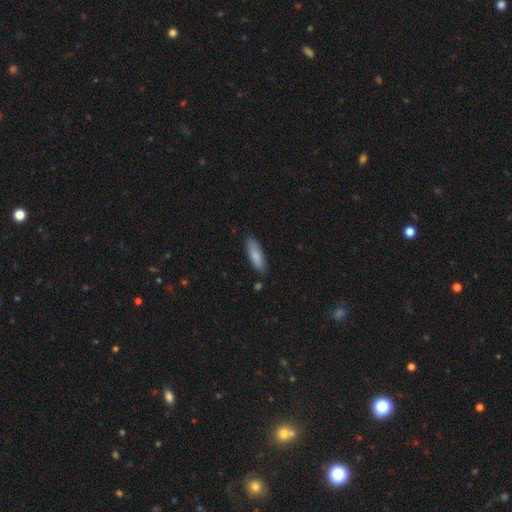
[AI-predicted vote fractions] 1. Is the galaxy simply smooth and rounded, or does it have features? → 83% smooth, 11% featured or disk, 6% star or artifact.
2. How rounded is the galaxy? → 51% cigar-shaped, 48% in between, 2% round.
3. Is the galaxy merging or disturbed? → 83% none, 13% minor disturbance, 2% merger, 2% major disturbance.